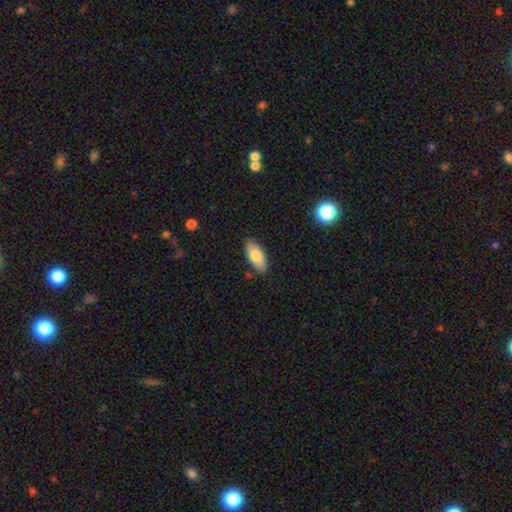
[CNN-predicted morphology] A smooth galaxy with no disk features (80%) that is in between round and cigar-shaped (89%).

Vote fractions:
- Smooth or featured? smooth: 80% / featured or disk: 14% / star or artifact: 6%
- How rounded? in between: 89% / cigar-shaped: 8% / round: 2%
- Merging? none: 85% / minor disturbance: 11% / major disturbance: 2% / merger: 2%